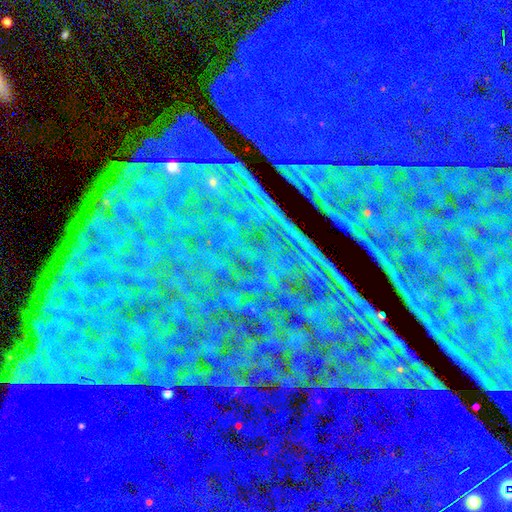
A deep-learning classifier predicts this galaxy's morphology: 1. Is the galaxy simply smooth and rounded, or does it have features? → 88% star or artifact, 7% featured or disk, 5% smooth.